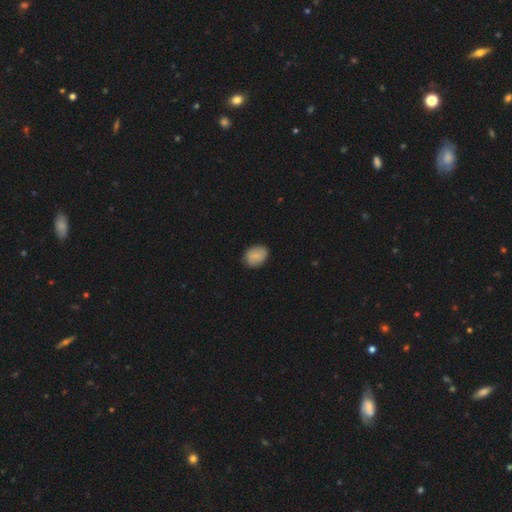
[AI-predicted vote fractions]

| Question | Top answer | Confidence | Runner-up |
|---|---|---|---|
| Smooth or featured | smooth | 83% | featured or disk (10%) |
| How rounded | in between | 61% | round (38%) |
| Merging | none | 86% | minor disturbance (11%) |